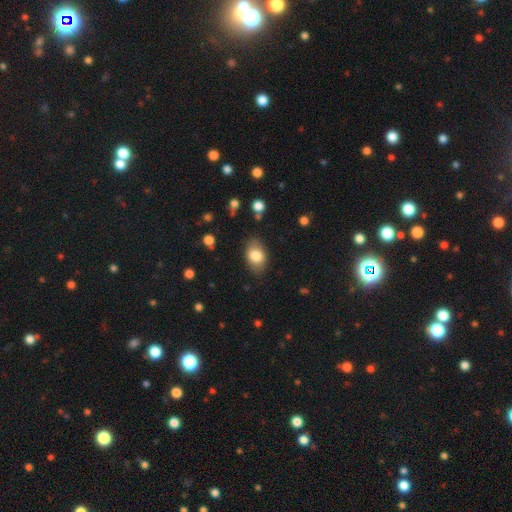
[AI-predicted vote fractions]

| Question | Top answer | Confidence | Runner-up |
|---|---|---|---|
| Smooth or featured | smooth | 82% | featured or disk (11%) |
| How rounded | in between | 84% | round (15%) |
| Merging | none | 81% | minor disturbance (14%) |